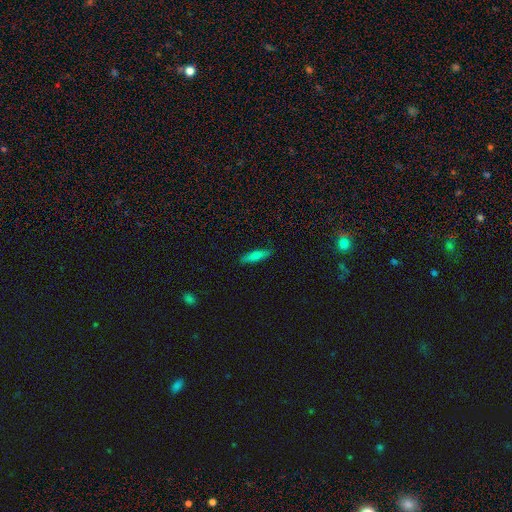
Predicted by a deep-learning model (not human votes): Morphology: type=smooth (73%); roundness=cigar-shaped (70%); merging=none (86%).